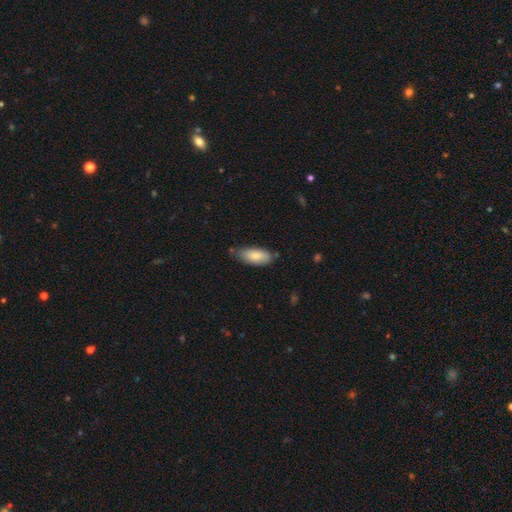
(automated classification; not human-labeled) The model was most divided on "merging": none: 62%, minor disturbance: 30%, major disturbance: 4%, merger: 3%. More confident: how rounded — in between (87%); smooth or featured — smooth (83%).